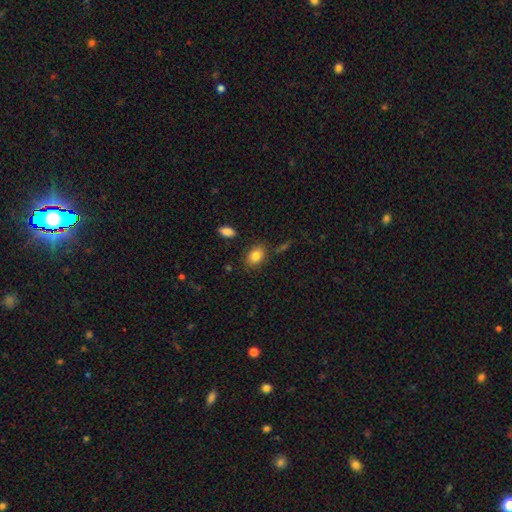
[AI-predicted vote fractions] A smooth galaxy with no disk features (83%) that is in between round and cigar-shaped (75%).

Vote fractions:
- Smooth or featured? smooth: 83% / star or artifact: 9% / featured or disk: 8%
- How rounded? in between: 75% / round: 24% / cigar-shaped: 1%
- Merging? none: 81% / minor disturbance: 12% / major disturbance: 3% / merger: 3%